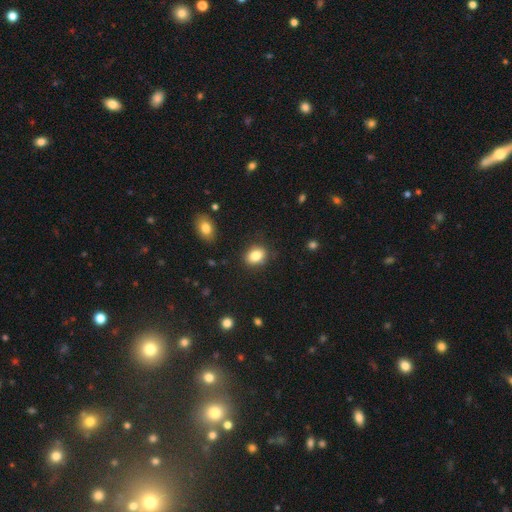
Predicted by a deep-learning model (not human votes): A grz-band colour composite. It shows a smooth galaxy with no disk features (84%) that is in between round and cigar-shaped (67%). Merging: none (82%).